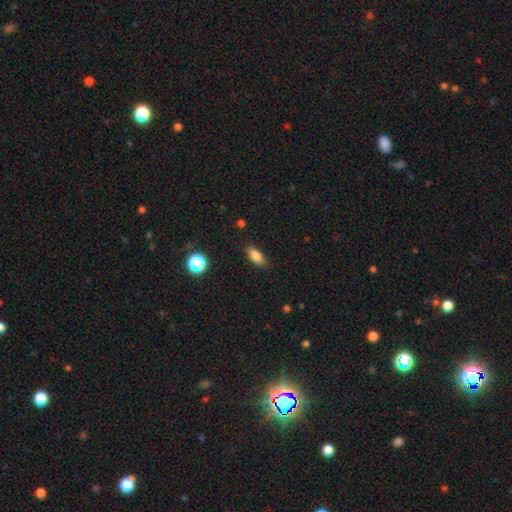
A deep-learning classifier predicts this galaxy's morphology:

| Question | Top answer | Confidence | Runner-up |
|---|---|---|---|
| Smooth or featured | smooth | 84% | star or artifact (10%) |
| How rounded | in between | 83% | cigar-shaped (12%) |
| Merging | none | 86% | minor disturbance (10%) |